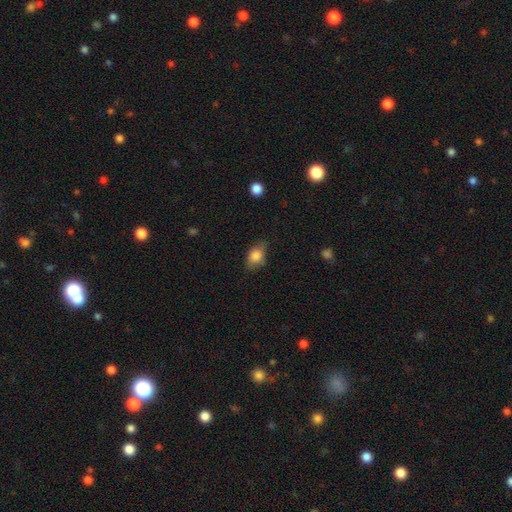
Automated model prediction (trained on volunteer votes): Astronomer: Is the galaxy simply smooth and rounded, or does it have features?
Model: smooth — 81%.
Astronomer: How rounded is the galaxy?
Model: in between — 71%.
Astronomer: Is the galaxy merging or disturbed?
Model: none — 52% (runner-up: minor disturbance, 35%).